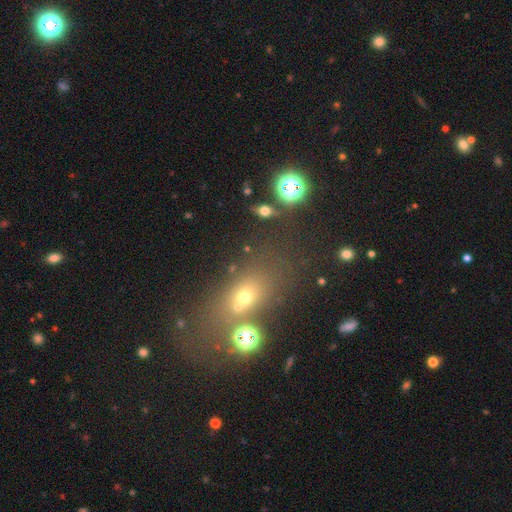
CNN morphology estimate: A smooth galaxy with no disk features (48%). Merging: none (64%).